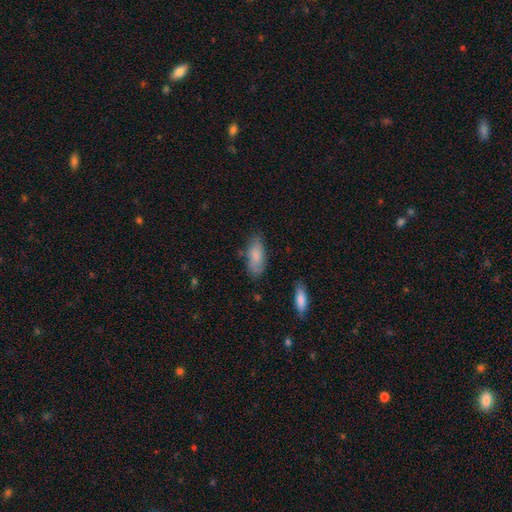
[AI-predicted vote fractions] The model was most divided on "merging": none: 68%, minor disturbance: 23%, major disturbance: 6%, merger: 3%. More confident: how rounded — in between (85%); smooth or featured — smooth (80%).